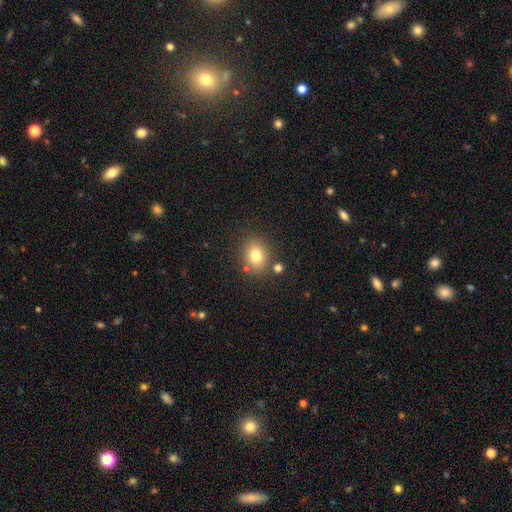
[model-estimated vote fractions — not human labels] Overall: smooth (78%). How rounded: round (63%; in between 37%). Merging: none (78%).